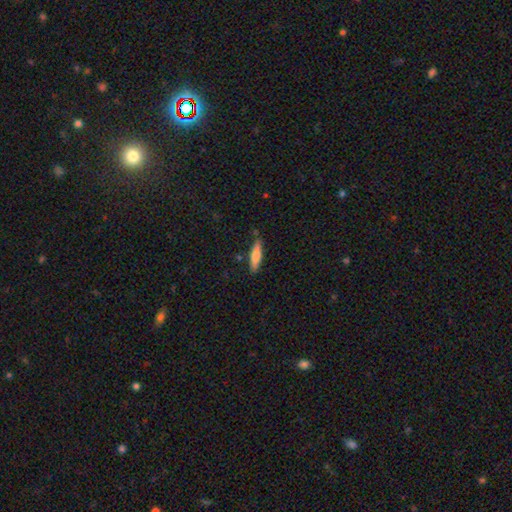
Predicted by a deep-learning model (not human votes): Overall: smooth (66%; featured or disk 28%). How rounded: cigar-shaped (75%). Merging: none (80%).